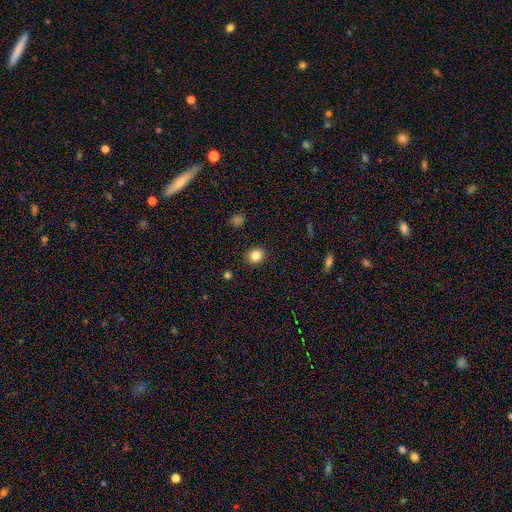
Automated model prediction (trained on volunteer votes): smooth 84%, star or artifact 11%, featured or disk 5%. Down the decision tree: how rounded — round (73%); merging — none (90%).